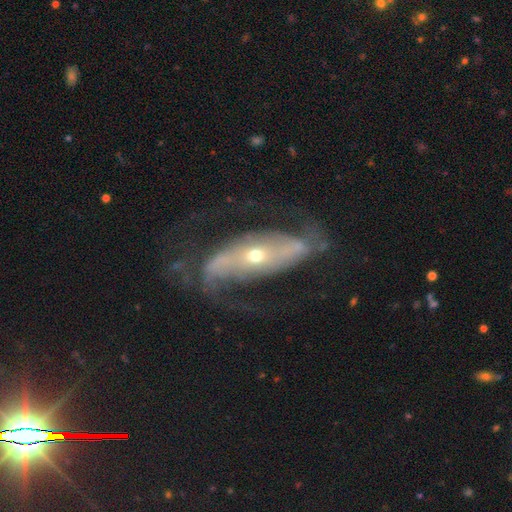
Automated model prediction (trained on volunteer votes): Smooth or featured? featured or disk (84%)
Edge-on disk? no (88%)
Bar? strong (46%)
Spiral arms? yes (89%)
Spiral winding? loose (43%)
Spiral arm count? 2 (86%)
Bulge size? small (56%)
Merging? none (61%)